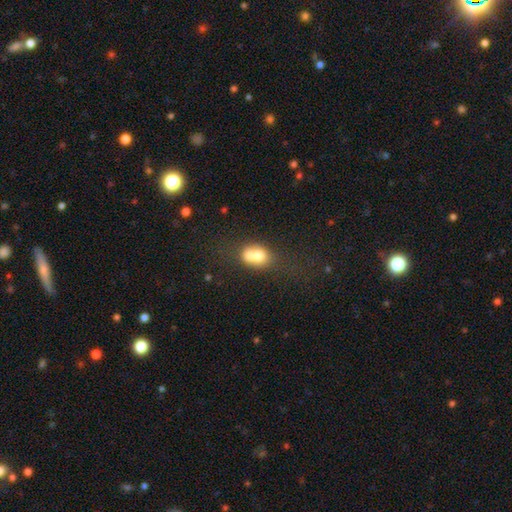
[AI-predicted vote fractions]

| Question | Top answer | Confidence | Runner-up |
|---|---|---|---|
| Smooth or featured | smooth | 67% | featured or disk (23%) |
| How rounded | in between | 61% | round (37%) |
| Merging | merger | 56% | none (26%) |